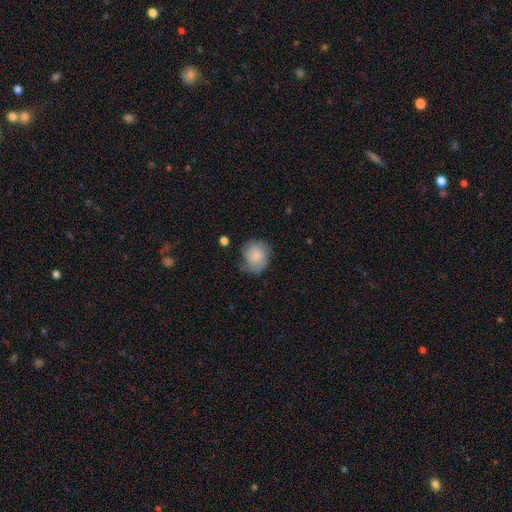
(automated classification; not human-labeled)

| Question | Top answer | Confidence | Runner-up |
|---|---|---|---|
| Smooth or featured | smooth | 69% | featured or disk (24%) |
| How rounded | round | 77% | in between (22%) |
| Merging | none | 55% | minor disturbance (31%) |